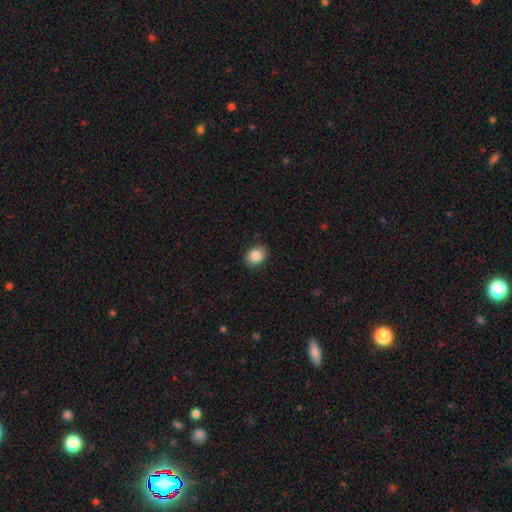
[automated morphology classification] smooth 86%, star or artifact 9%, featured or disk 5%. Down the decision tree: how rounded — round (52%); merging — none (88%).